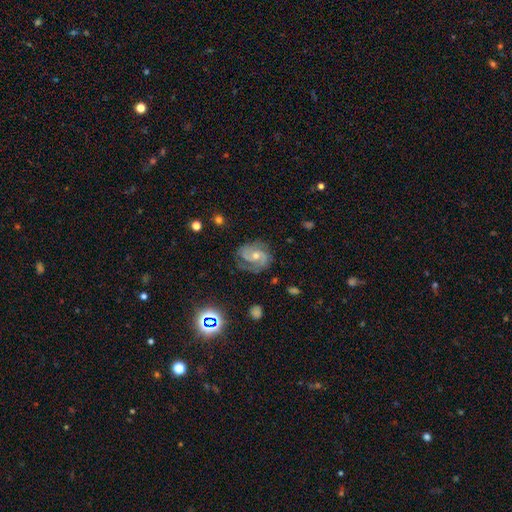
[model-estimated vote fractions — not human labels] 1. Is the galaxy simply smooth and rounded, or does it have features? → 81% featured or disk, 11% star or artifact, 8% smooth.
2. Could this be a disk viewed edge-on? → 98% no, 2% yes.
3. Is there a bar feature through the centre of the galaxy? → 57% no, 33% weak, 10% strong.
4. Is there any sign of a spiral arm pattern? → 97% yes, 3% no.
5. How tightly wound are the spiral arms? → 47% tight, 43% medium, 10% loose.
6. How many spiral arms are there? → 57% 2, 20% 3, 12% can't tell, 5% 1, 3% 4, 3% more than 4.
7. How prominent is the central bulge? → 54% moderate, 43% small, 2% large, 1% none, 1% dominant.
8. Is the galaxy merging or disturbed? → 72% none, 18% minor disturbance, 8% major disturbance, 1% merger.